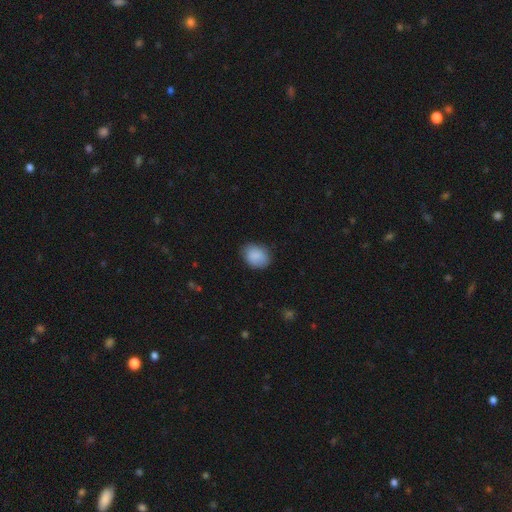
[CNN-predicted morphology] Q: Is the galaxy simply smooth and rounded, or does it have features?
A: smooth — 87%.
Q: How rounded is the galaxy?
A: in between — 56%.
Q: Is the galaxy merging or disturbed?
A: none — 78%.